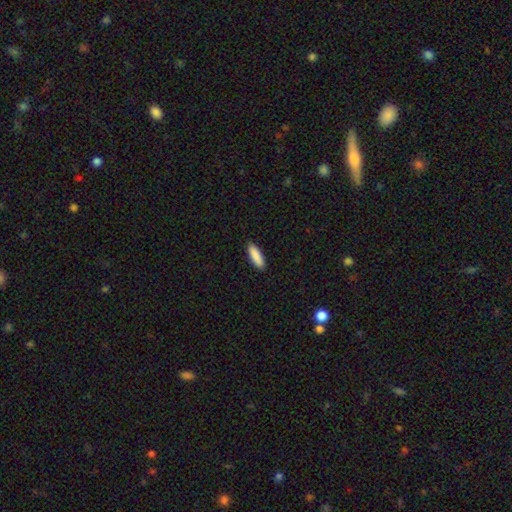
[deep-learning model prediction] Smooth or featured? smooth (90%)
How rounded? in between (50%)
Merging? none (90%)